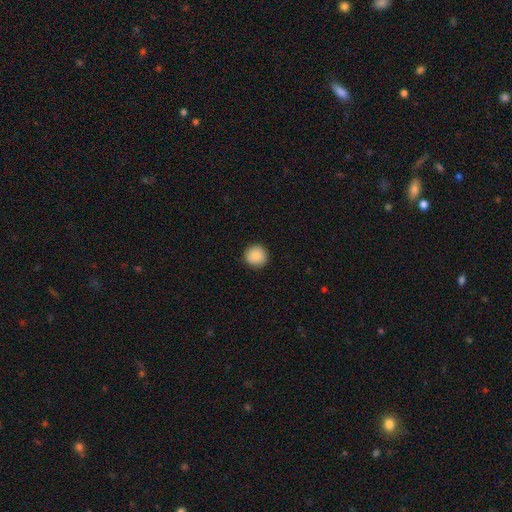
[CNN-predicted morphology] This appears to be a smooth galaxy with no disk features (88%) that is round (94%). Merging: none (92%).